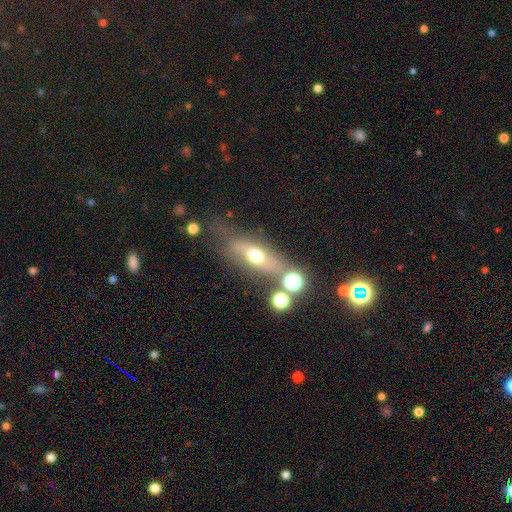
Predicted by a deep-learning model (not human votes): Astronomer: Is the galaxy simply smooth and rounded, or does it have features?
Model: smooth — 52% (runner-up: featured or disk, 36%).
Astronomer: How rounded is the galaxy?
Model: in between — 59%.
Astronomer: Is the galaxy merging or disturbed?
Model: none — 53%.